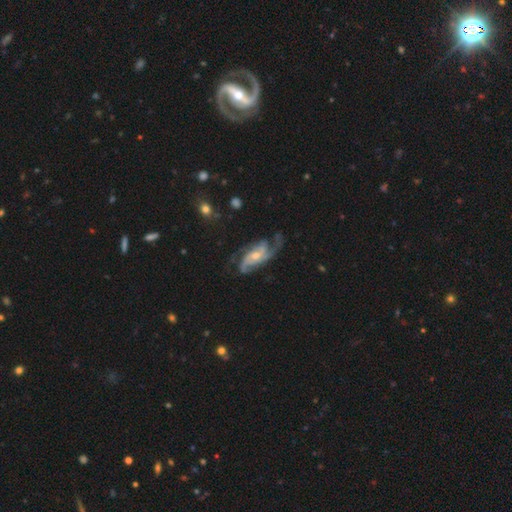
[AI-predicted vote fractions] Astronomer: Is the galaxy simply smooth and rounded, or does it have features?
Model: featured or disk — 89%.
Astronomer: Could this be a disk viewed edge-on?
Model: no — 96%.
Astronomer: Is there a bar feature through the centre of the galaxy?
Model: no — 56% (runner-up: weak, 34%).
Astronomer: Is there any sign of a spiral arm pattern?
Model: yes — 97%.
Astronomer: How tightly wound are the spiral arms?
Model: medium — 48% (runner-up: tight, 33%).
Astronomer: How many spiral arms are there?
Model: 3 — 38% (runner-up: 2, 29%).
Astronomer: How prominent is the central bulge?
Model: moderate — 50% (runner-up: small, 45%).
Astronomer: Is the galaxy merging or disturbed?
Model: none — 61%.